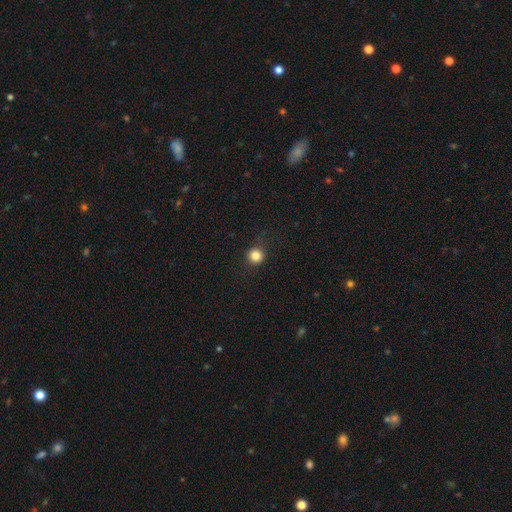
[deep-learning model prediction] smooth 83%, star or artifact 12%, featured or disk 4%. Down the decision tree: how rounded — round (93%); merging — none (88%).